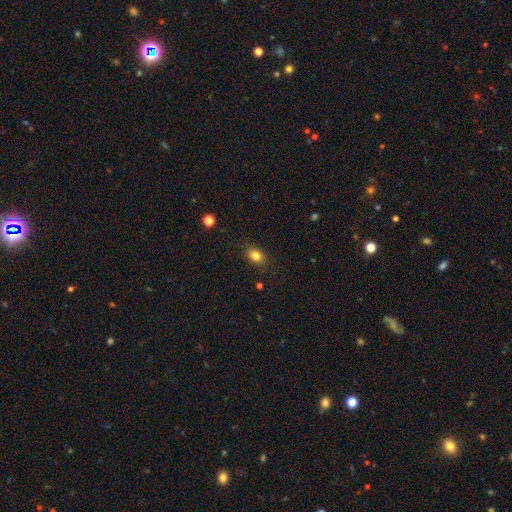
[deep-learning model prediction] Smooth or featured?
  - smooth: 82% *
  - star or artifact: 11%
  - featured or disk: 7%
How rounded?
  - in between: 62% *
  - round: 37%
  - cigar-shaped: 1%
Merging?
  - none: 85% *
  - minor disturbance: 11%
  - major disturbance: 3%
  - merger: 1%